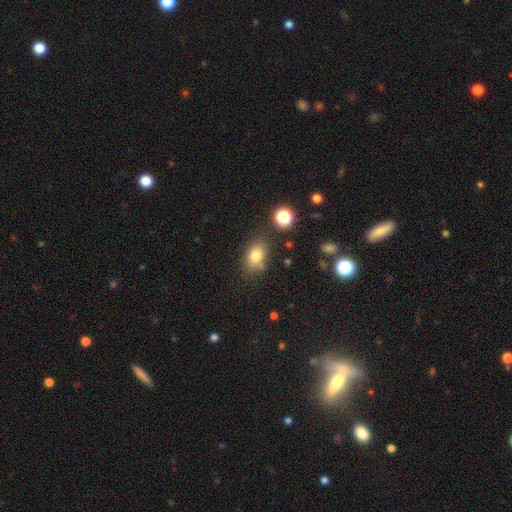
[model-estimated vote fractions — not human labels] smooth-or-featured: smooth: 79% | star or artifact: 11% | featured or disk: 10%
  how-rounded: in between: 78% | round: 20% | cigar-shaped: 2%
  merging: none: 74% | minor disturbance: 16% | merger: 6% | major disturbance: 5%